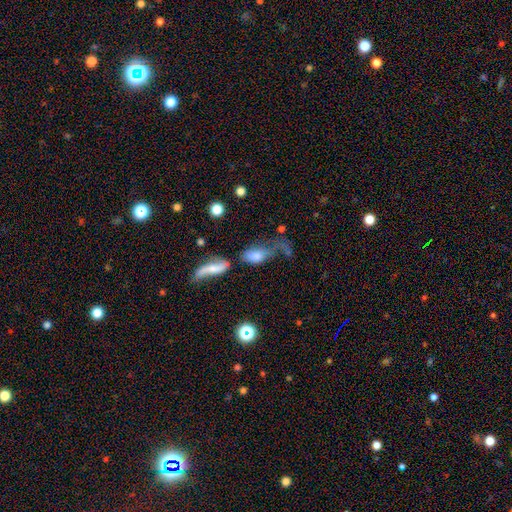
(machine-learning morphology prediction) type=smooth (69%); roundness=in between (86%); merging=merger (32%, tied with major disturbance).